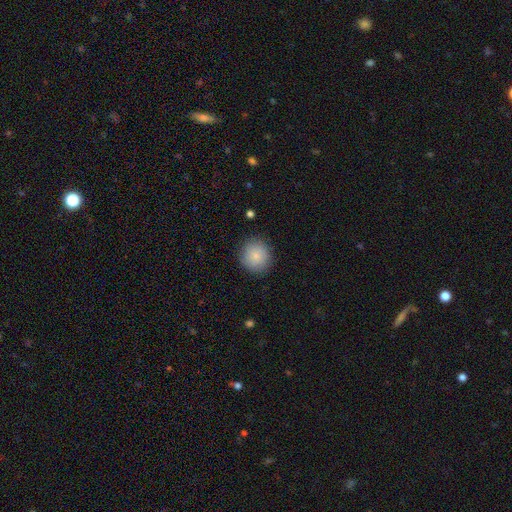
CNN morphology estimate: smooth_or_featured: smooth (p=0.85) [alt: star or artifact p=0.08]
how_rounded: round (p=0.89) [alt: in between p=0.10]
merging: none (p=0.88) [alt: minor disturbance p=0.09]